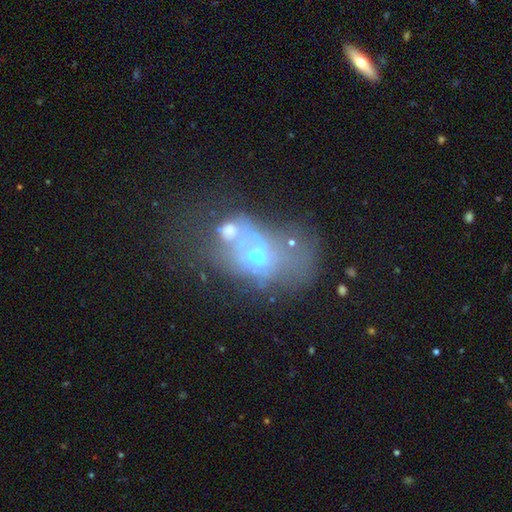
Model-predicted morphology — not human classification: smooth-or-featured: featured or disk: 43% | smooth: 39% | star or artifact: 19%
  merging: merger: 44% | major disturbance: 30% | none: 16% | minor disturbance: 10%